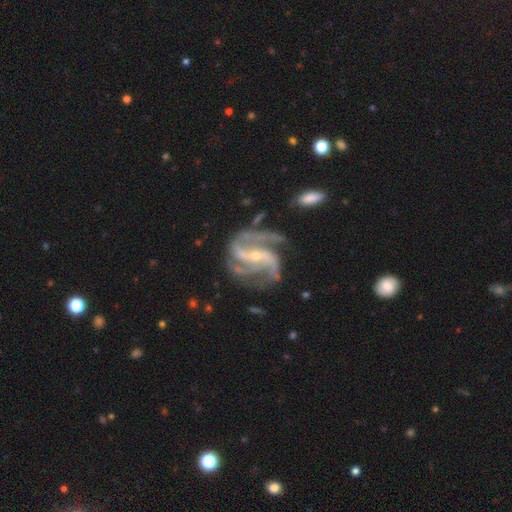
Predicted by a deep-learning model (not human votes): The model was most divided on "bar": strong: 40%, weak: 33%, no: 27%. Remaining: spiral arms — yes (98%); edge-on disk — no (98%); smooth or featured — featured or disk (92%); bulge size — small (73%); merging — none (63%); spiral winding — medium (57%); spiral arm count — 3 (43%).